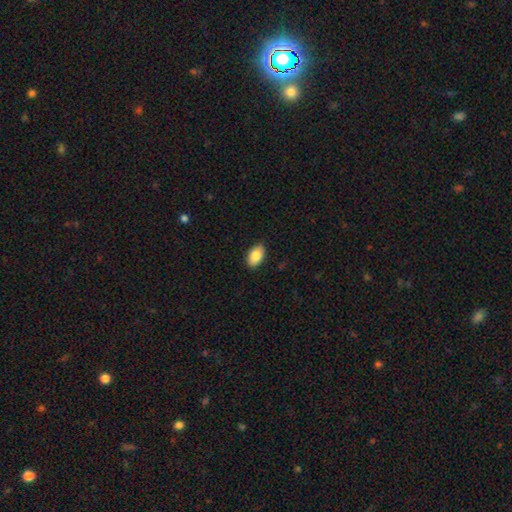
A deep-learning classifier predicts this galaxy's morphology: Q: Smooth or featured?
A: smooth (87%); runner-up: star or artifact (7%)
Q: How rounded?
A: in between (92%); runner-up: round (6%)
Q: Merging?
A: none (87%); runner-up: minor disturbance (10%)